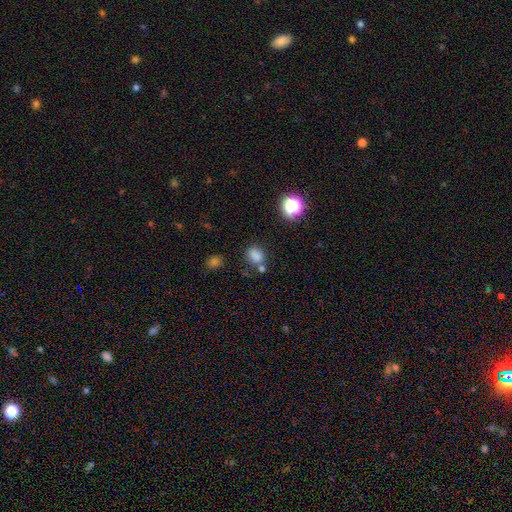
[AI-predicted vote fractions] A smooth galaxy with no disk features (78%) that is round (55%).

Vote fractions:
- Smooth or featured? smooth: 78% / star or artifact: 17% / featured or disk: 5%
- How rounded? round: 55% / in between: 44% / cigar-shaped: 1%
- Merging? none: 66% / minor disturbance: 15% / merger: 13% / major disturbance: 5%